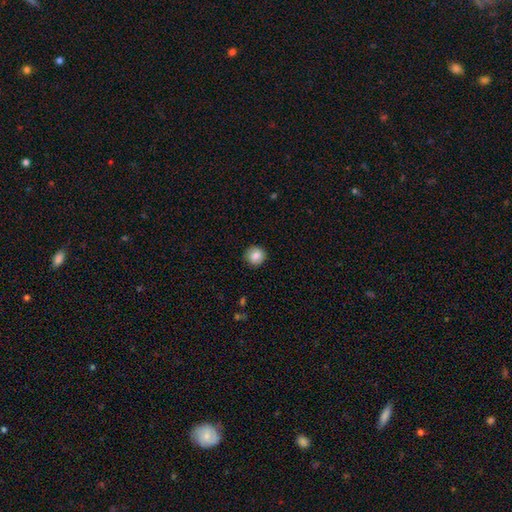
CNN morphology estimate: Q: Smooth or featured?
A: smooth (85%); runner-up: star or artifact (8%)
Q: How rounded?
A: round (91%); runner-up: in between (8%)
Q: Merging?
A: none (90%); runner-up: minor disturbance (7%)